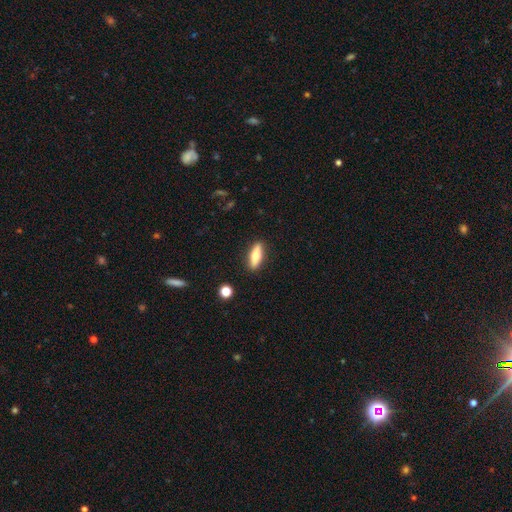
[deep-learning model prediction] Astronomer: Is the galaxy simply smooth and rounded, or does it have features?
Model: smooth — 66%.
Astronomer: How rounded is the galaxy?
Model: in between — 50% (runner-up: cigar-shaped, 48%).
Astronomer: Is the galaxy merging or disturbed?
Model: none — 88%.